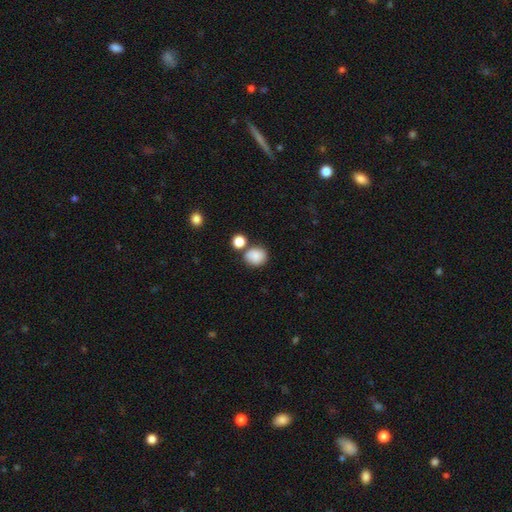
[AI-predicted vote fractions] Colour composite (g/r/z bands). It shows a smooth galaxy with no disk features (85%) that is round (70%). Merging: none (66%).